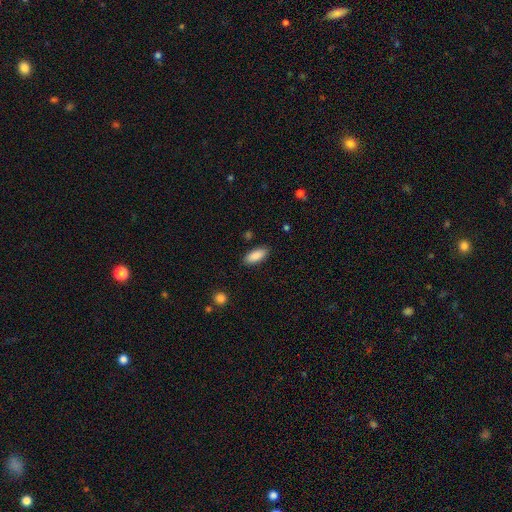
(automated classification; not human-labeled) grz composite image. It shows a smooth galaxy with no disk features (89%) that is in between round and cigar-shaped (83%). Merging: none (87%).